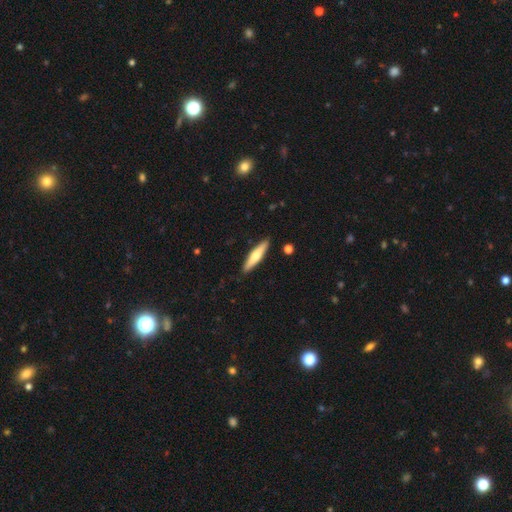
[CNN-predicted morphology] The model was most divided on "smooth or featured": smooth: 56%, featured or disk: 39%, star or artifact: 5%. More confident: merging — none (90%); how rounded — cigar-shaped (83%).